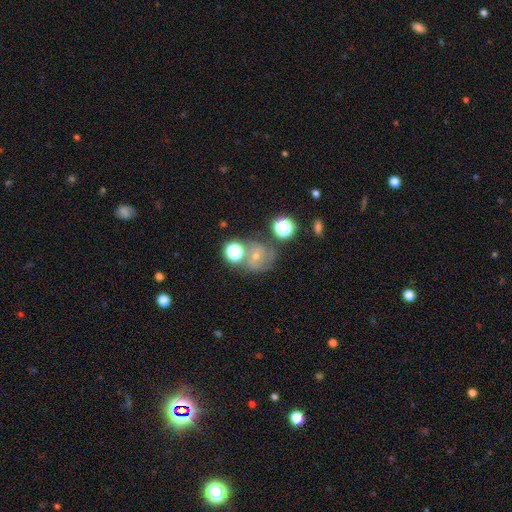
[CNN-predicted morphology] A smooth galaxy with no disk features (52%) that is round (83%). Merging: none (55%).